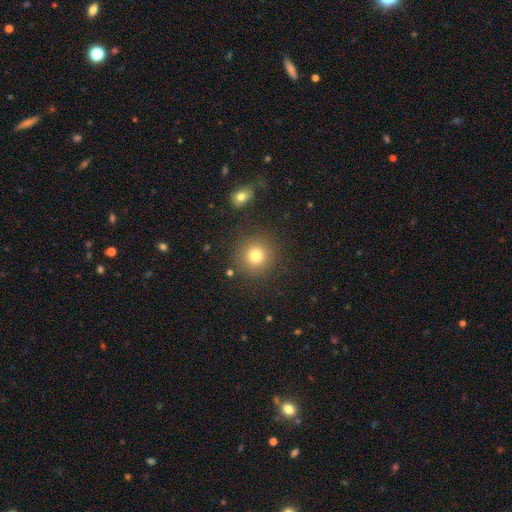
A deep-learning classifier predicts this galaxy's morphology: A smooth galaxy with no disk features (79%) that is round (93%).

Vote fractions:
- Smooth or featured? smooth: 79% / star or artifact: 12% / featured or disk: 9%
- How rounded? round: 93% / in between: 6% / cigar-shaped: 1%
- Merging? none: 86% / minor disturbance: 7% / major disturbance: 3% / merger: 3%